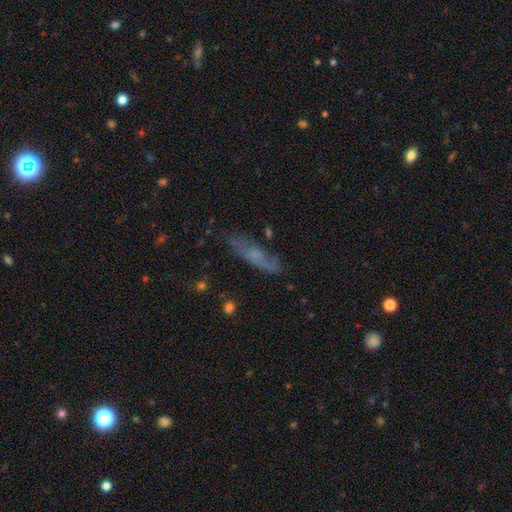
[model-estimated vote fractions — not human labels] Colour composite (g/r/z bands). It shows a smooth galaxy with no disk features (49%). Merging: none (66%).